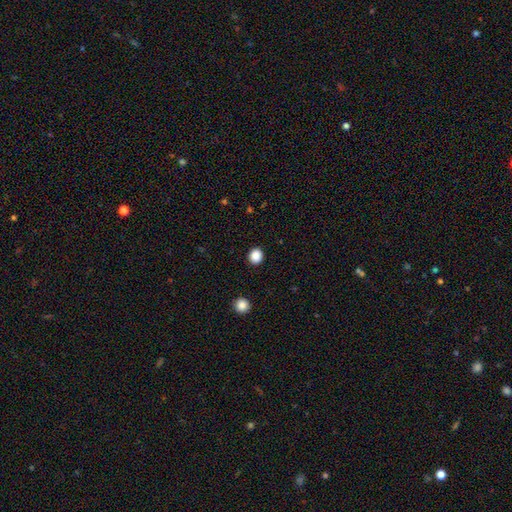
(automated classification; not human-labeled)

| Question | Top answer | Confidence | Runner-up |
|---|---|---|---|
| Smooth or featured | smooth | 87% | star or artifact (10%) |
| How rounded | round | 82% | in between (18%) |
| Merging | none | 91% | minor disturbance (5%) |